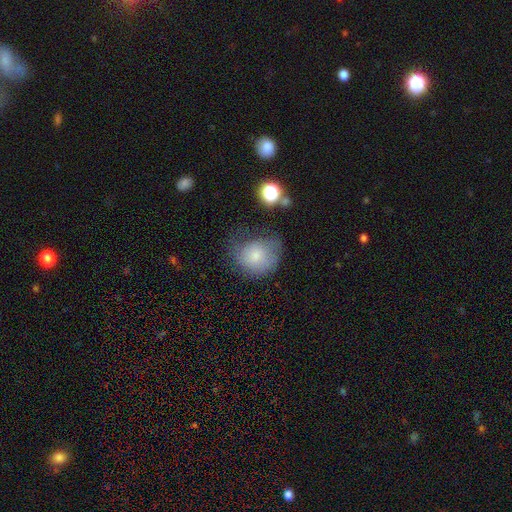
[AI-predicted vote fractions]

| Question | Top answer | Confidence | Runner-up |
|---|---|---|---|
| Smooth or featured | smooth | 71% | featured or disk (19%) |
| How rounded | round | 64% | in between (35%) |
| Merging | minor disturbance | 36% | none (35%) |